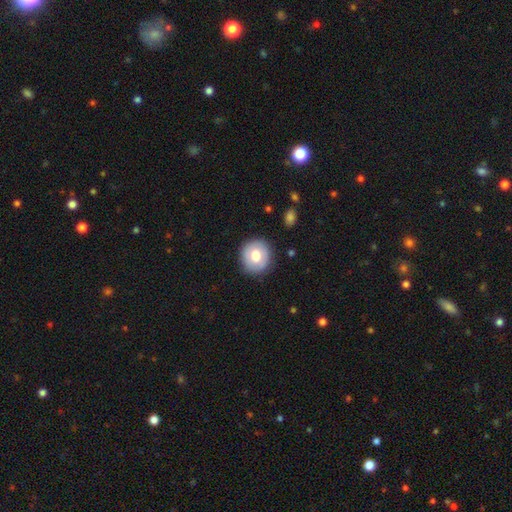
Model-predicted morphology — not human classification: The model was most divided on "smooth or featured": smooth: 71%, featured or disk: 22%, star or artifact: 7%. More confident: merging — none (86%); how rounded — round (86%).